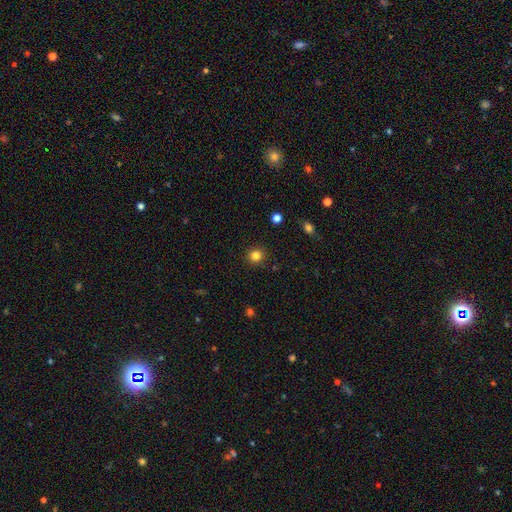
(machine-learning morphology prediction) A smooth galaxy with no disk features (83%) that is round (92%).

Vote fractions:
- Smooth or featured? smooth: 83% / star or artifact: 13% / featured or disk: 5%
- How rounded? round: 92% / in between: 7% / cigar-shaped: 1%
- Merging? none: 91% / minor disturbance: 6% / major disturbance: 2% / merger: 1%